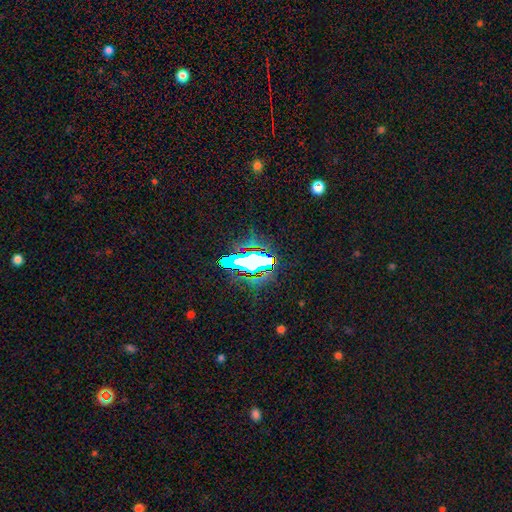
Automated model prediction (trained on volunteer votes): smooth-or-featured: star or artifact: 58% | smooth: 25% | featured or disk: 17%